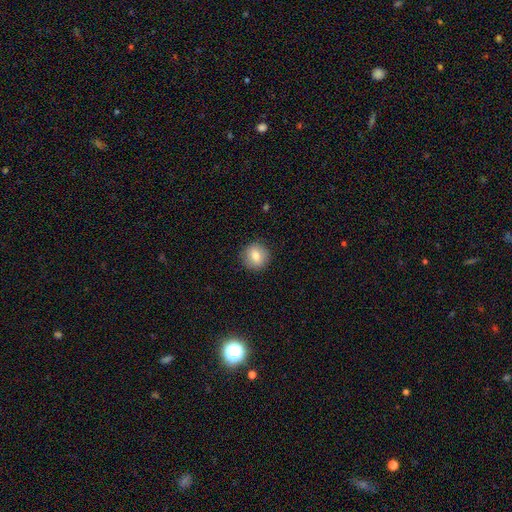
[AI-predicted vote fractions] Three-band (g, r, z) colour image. It shows a smooth galaxy with no disk features (76%) that is round (91%). Merging: none (90%).